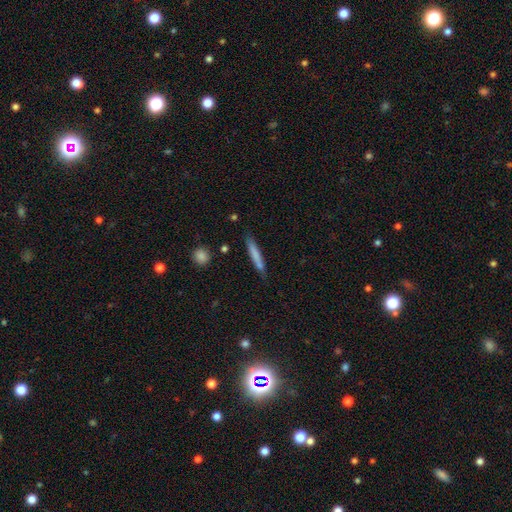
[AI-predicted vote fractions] Q: Smooth or featured?
A: smooth (73%); runner-up: featured or disk (21%)
Q: How rounded?
A: cigar-shaped (94%); runner-up: in between (4%)
Q: Merging?
A: none (80%); runner-up: minor disturbance (14%)